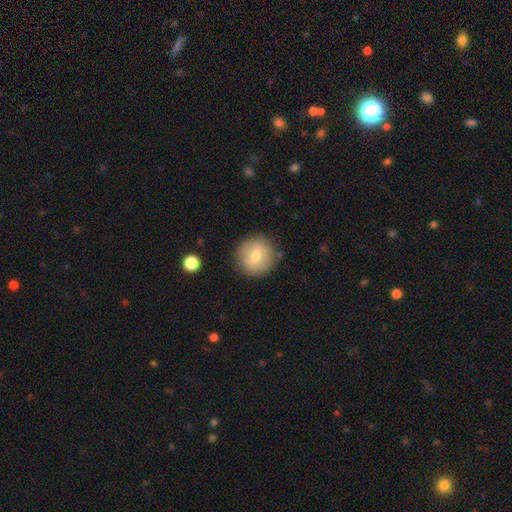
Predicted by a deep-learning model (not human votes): smooth_or_featured: smooth (p=0.68) [alt: featured or disk p=0.24]
how_rounded: round (p=0.93) [alt: in between p=0.06]
merging: none (p=0.87) [alt: minor disturbance p=0.09]